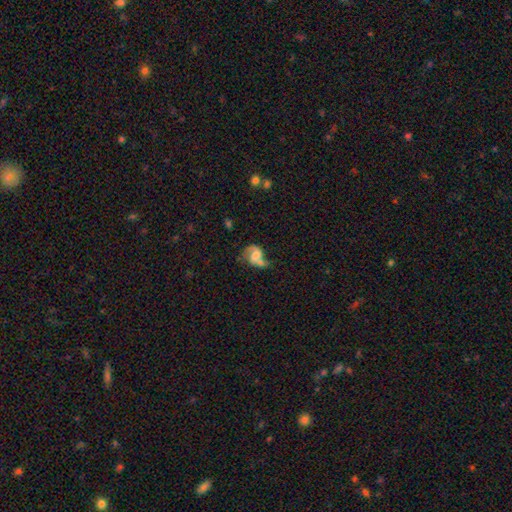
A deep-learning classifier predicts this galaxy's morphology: Overall: featured or disk (62%; smooth 29%). Edge-on disk: no (97%). Bar: no (48%; weak 39%). Spiral arms: yes (83%). Spiral arm count: 2 (75%). Spiral winding: loose (51%; medium 38%). Bulge size: moderate (44%; small 21%). Merging: merger (36%; none 31%).